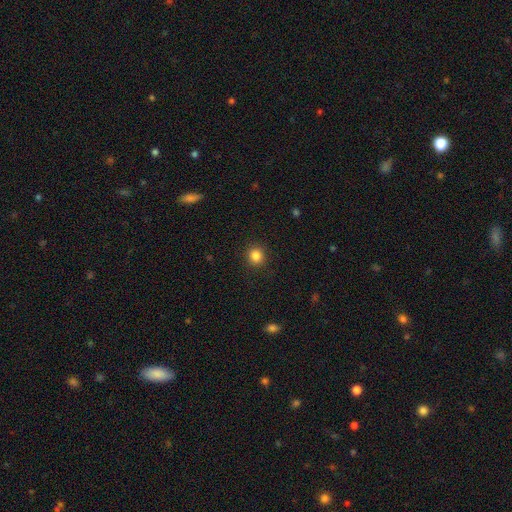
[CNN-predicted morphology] smooth-or-featured: smooth: 84% | star or artifact: 12% | featured or disk: 4%
  how-rounded: round: 91% | in between: 8% | cigar-shaped: 1%
  merging: none: 91% | minor disturbance: 6% | major disturbance: 2% | merger: 1%